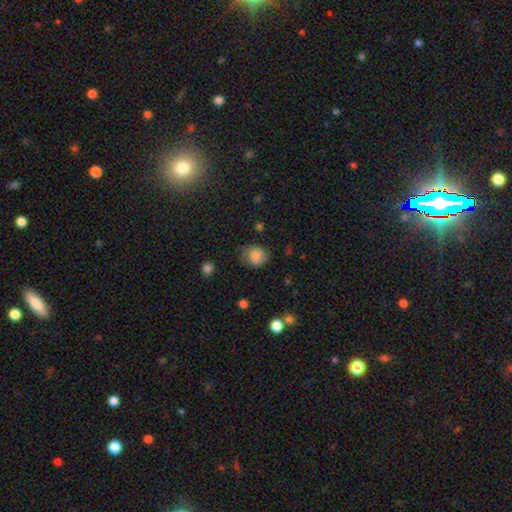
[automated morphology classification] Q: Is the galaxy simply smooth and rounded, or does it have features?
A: smooth — 81%.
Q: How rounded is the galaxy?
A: round — 66%.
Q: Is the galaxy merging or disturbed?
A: none — 65%.